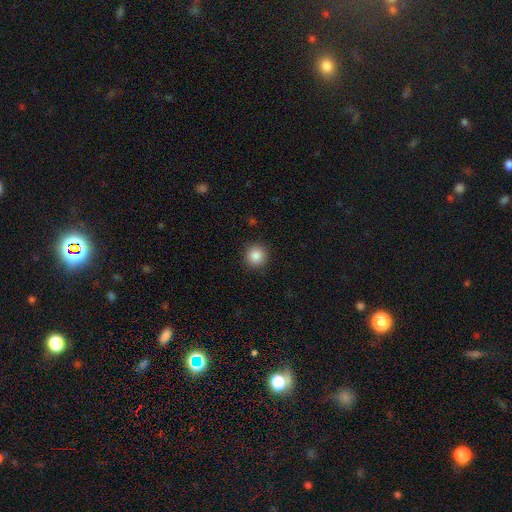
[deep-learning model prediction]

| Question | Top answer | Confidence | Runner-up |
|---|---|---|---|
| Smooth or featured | smooth | 87% | star or artifact (9%) |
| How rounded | round | 95% | in between (4%) |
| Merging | none | 92% | minor disturbance (5%) |